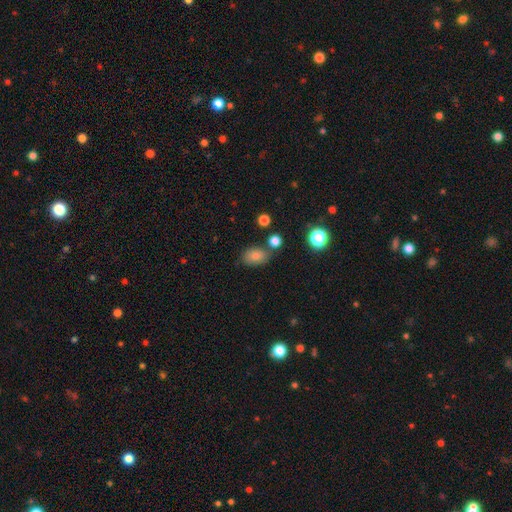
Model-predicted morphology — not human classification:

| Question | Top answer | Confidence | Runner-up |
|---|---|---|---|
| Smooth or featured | smooth | 80% | star or artifact (11%) |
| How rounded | in between | 82% | round (17%) |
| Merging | none | 71% | minor disturbance (16%) |